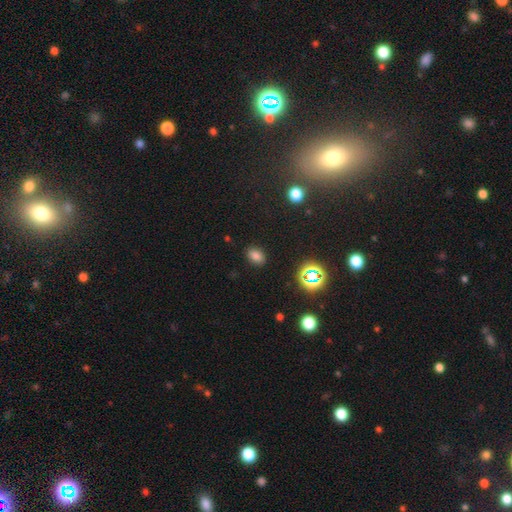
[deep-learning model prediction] Morphology: type=smooth (75%); roundness=in between (78%); merging=none (87%).